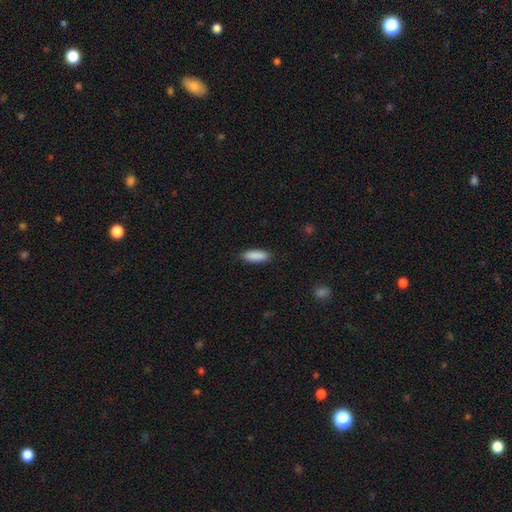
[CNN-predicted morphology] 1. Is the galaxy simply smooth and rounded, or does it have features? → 90% smooth, 6% star or artifact, 4% featured or disk.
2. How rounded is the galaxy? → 63% in between, 35% cigar-shaped, 2% round.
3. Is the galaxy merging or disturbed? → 88% none, 9% minor disturbance, 2% major disturbance, 1% merger.